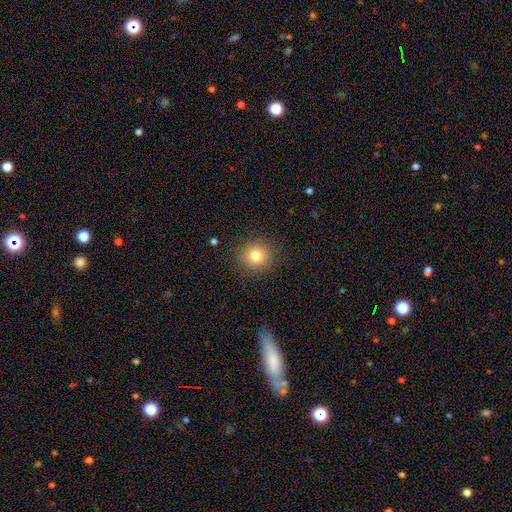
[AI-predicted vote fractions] smooth_or_featured: smooth (p=0.80) [alt: star or artifact p=0.12]
how_rounded: round (p=0.91) [alt: in between p=0.08]
merging: none (p=0.89) [alt: minor disturbance p=0.07]